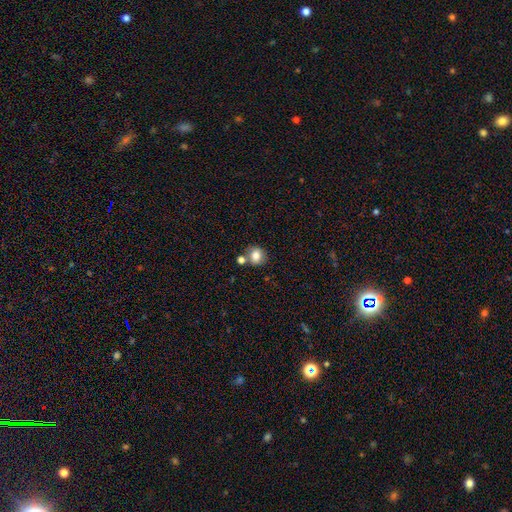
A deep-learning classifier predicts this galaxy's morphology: This appears to be a smooth galaxy with no disk features (80%) that is round (78%). Merging: none (68%).